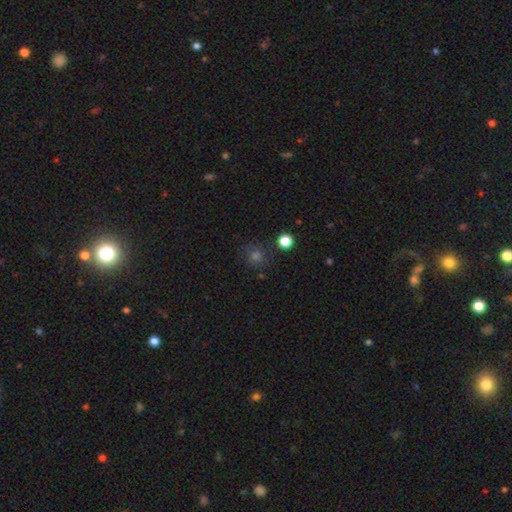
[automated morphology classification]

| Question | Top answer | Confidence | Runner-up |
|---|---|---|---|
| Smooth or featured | smooth | 55% | star or artifact (32%) |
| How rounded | round | 87% | in between (12%) |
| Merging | none | 78% | minor disturbance (13%) |